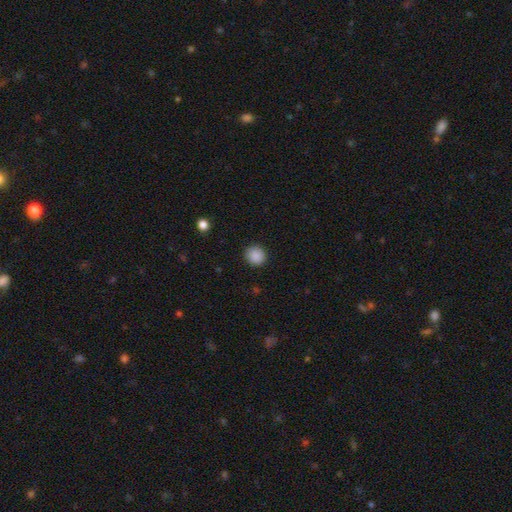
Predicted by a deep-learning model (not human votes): Smooth or featured? Predicted: smooth (p=0.88). How rounded? Predicted: round (p=0.91). Merging? Predicted: none (p=0.91).